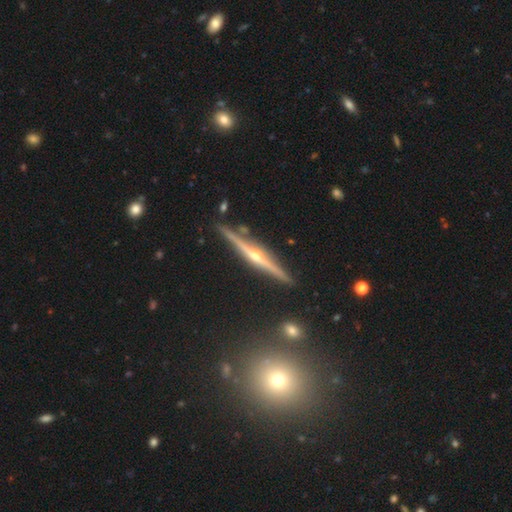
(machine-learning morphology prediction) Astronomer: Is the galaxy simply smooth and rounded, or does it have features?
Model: featured or disk — 84%.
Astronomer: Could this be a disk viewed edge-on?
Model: yes — 98%.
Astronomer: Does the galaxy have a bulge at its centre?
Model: rounded — 90%.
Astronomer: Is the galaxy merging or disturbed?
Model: none — 87%.